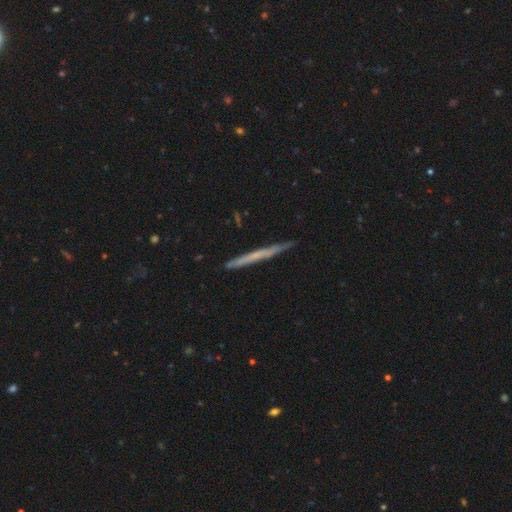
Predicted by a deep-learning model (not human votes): This is possibly a featured or disk galaxy (48%). Merging: clearly none (89%).